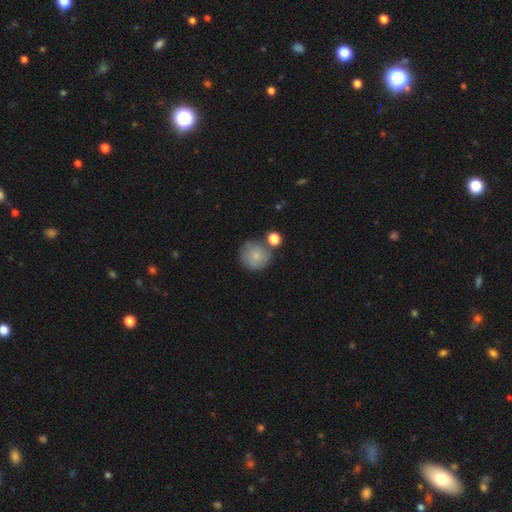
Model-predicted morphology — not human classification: Smooth or featured? smooth (82%)
How rounded? round (92%)
Merging? none (65%)